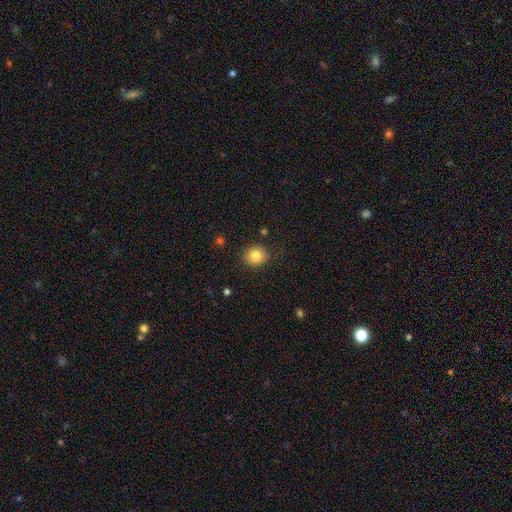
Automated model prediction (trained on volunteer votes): A smooth galaxy with no disk features (83%) that is round (83%).

Vote fractions:
- Smooth or featured? smooth: 83% / star or artifact: 11% / featured or disk: 7%
- How rounded? round: 83% / in between: 16% / cigar-shaped: 1%
- Merging? none: 86% / minor disturbance: 10% / major disturbance: 3% / merger: 1%